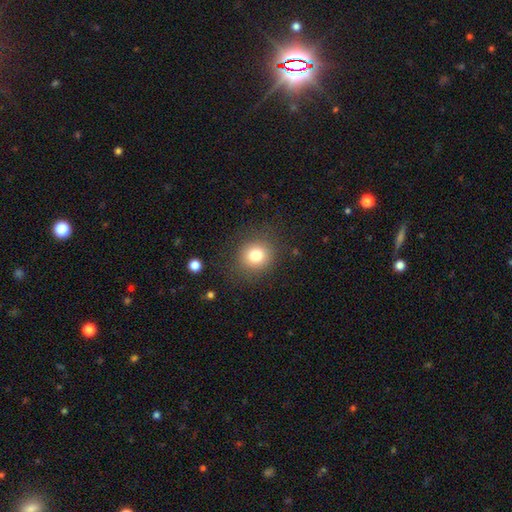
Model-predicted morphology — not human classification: A smooth galaxy with no disk features (80%) that is round (85%). Merging: none (84%).